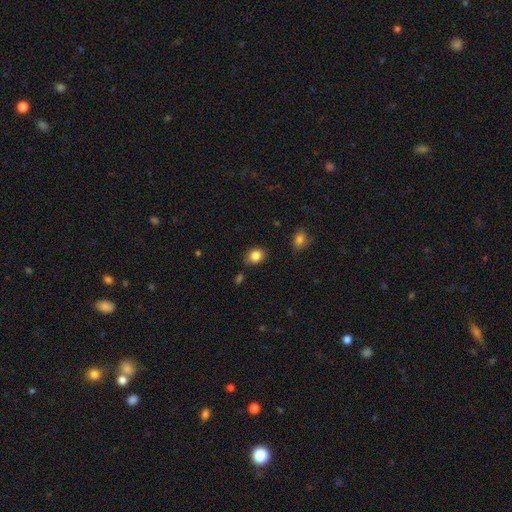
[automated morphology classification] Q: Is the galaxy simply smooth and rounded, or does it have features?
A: smooth — 85%.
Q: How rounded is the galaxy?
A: round — 53%.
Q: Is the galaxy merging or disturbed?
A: none — 77%.